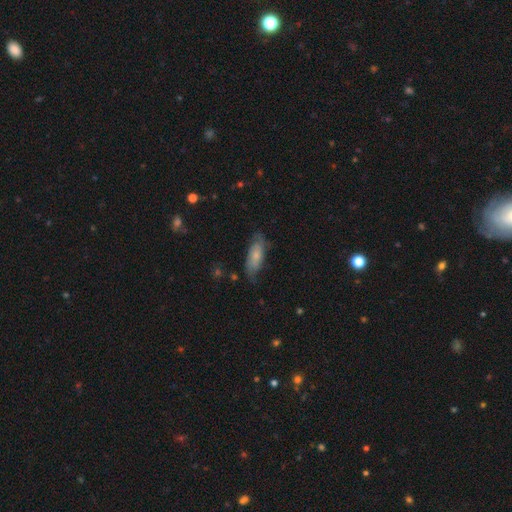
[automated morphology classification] Smooth or featured? Predicted: smooth (p=0.59). How rounded? Predicted: in between (p=0.69). Merging? Predicted: none (p=0.66).